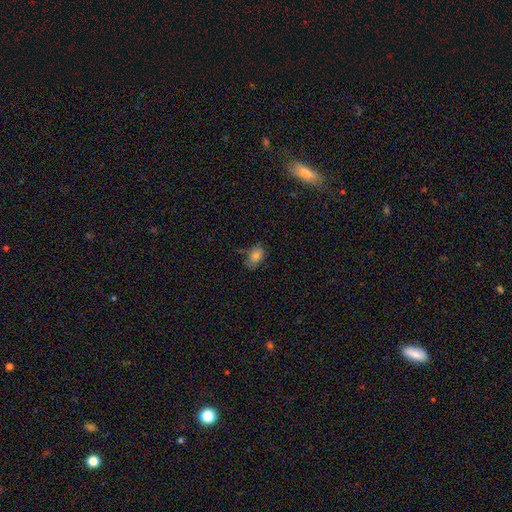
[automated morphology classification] smooth 79%, star or artifact 10%, featured or disk 10%. Down the decision tree: how rounded — in between (84%); merging — none (66%).